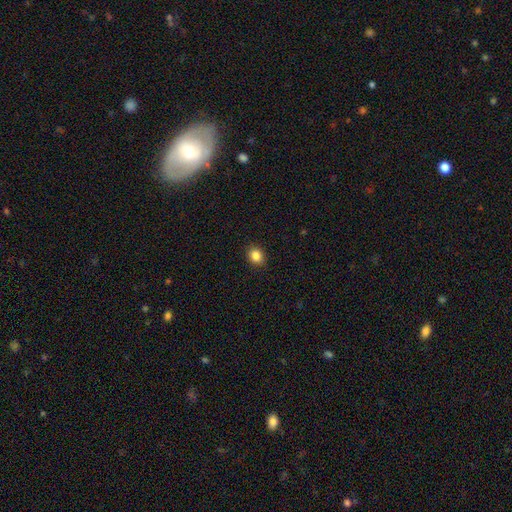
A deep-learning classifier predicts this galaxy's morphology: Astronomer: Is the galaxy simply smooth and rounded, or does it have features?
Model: smooth — 86%.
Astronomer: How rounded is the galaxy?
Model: round — 54% (runner-up: in between, 46%).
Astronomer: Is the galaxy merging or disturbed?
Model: none — 90%.